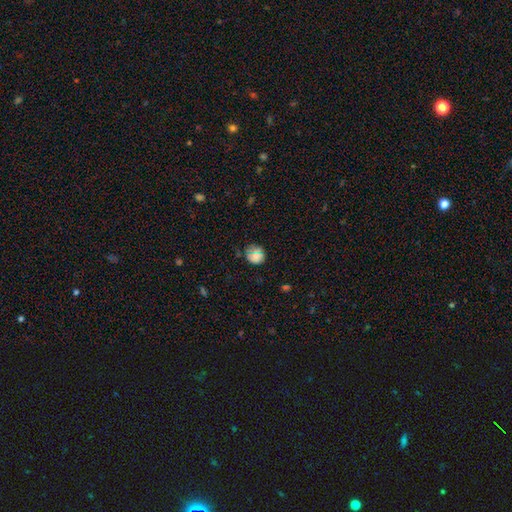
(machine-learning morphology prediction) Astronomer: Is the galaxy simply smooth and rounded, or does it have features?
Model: smooth — 76%.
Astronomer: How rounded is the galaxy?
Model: round — 78%.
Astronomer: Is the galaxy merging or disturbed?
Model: none — 65%.